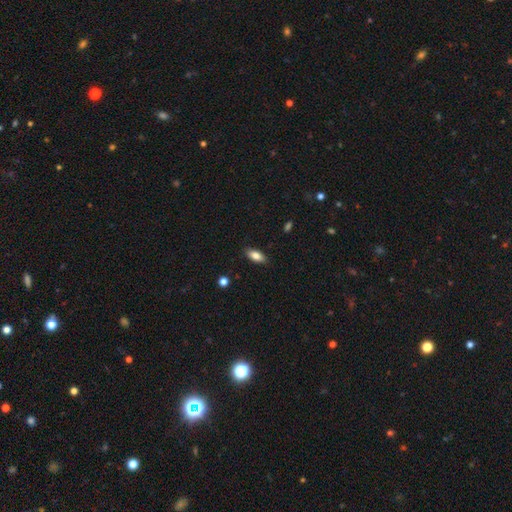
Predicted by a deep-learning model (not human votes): smooth_or_featured: smooth (p=0.83) [alt: featured or disk p=0.10]
how_rounded: in between (p=0.85) [alt: cigar-shaped p=0.12]
merging: none (p=0.87) [alt: minor disturbance p=0.09]